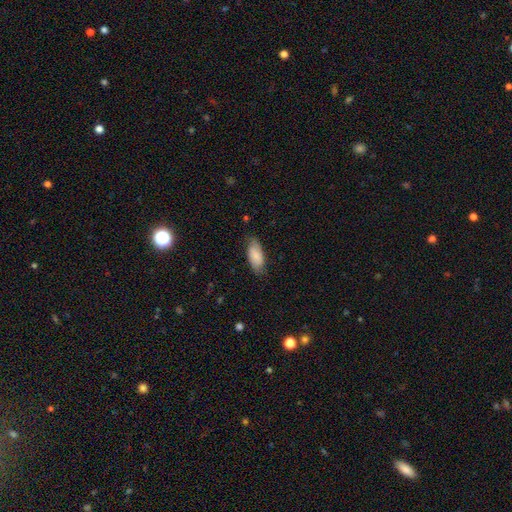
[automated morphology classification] smooth 81%, featured or disk 13%, star or artifact 6%. Down the decision tree: how rounded — in between (89%); merging — none (75%).